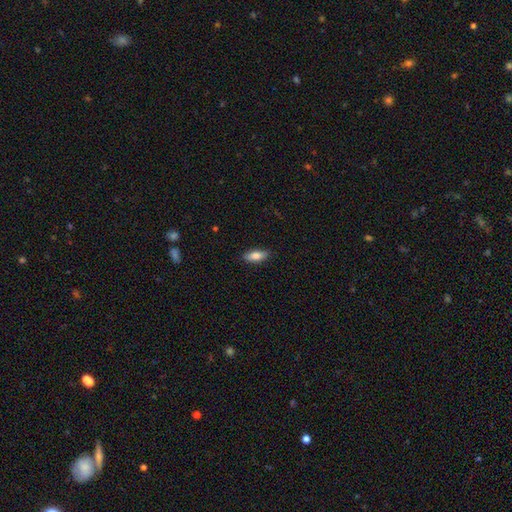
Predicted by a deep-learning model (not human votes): Overall: smooth (81%). How rounded: in between (79%). Merging: none (85%).